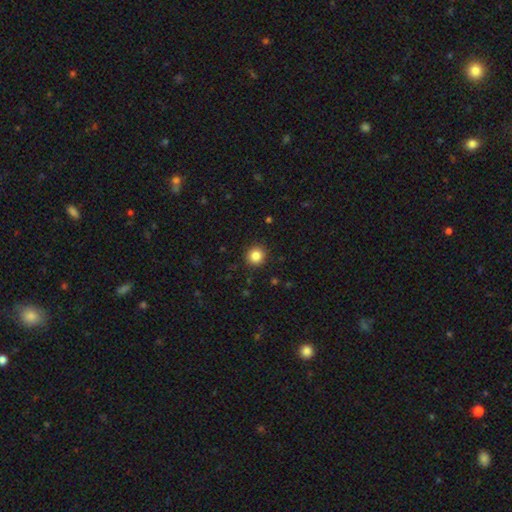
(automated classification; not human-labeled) The model was most divided on "smooth or featured": smooth: 85%, star or artifact: 11%, featured or disk: 4%. More confident: merging — none (91%); how rounded — round (91%).